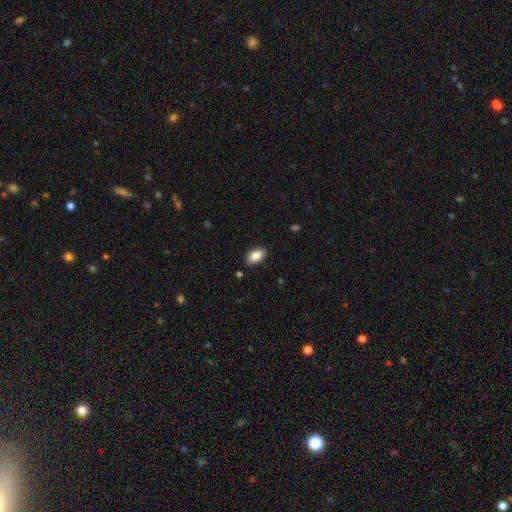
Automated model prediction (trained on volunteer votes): A smooth galaxy with no disk features (86%) that is in between round and cigar-shaped (92%).

Vote fractions:
- Smooth or featured? smooth: 86% / star or artifact: 7% / featured or disk: 7%
- How rounded? in between: 92% / round: 6% / cigar-shaped: 2%
- Merging? none: 87% / minor disturbance: 9% / major disturbance: 2% / merger: 1%